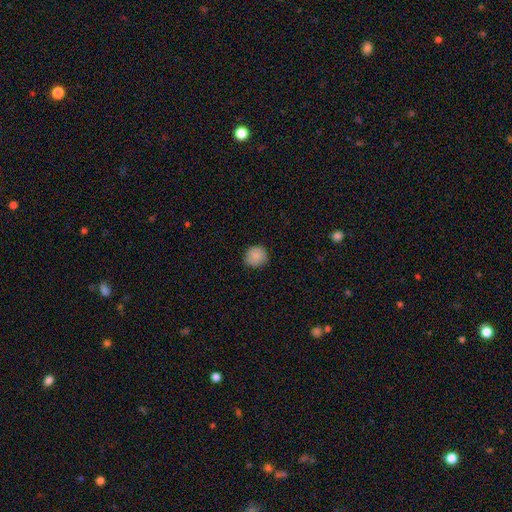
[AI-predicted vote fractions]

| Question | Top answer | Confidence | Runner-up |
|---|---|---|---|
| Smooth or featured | smooth | 86% | star or artifact (8%) |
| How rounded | round | 90% | in between (9%) |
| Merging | none | 84% | minor disturbance (13%) |